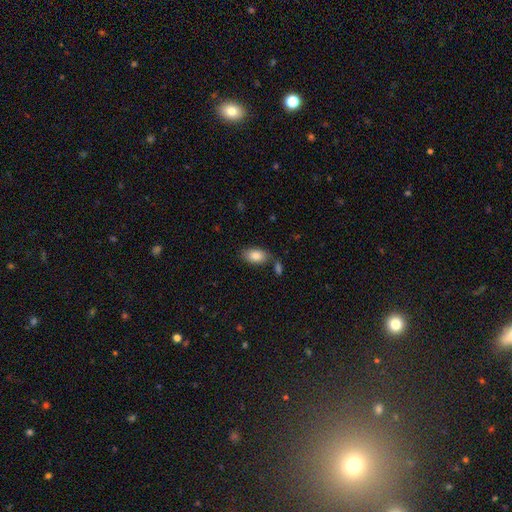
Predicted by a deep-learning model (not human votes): Smooth or featured?
  - smooth: 85% *
  - featured or disk: 8%
  - star or artifact: 7%
How rounded?
  - in between: 92% *
  - round: 6%
  - cigar-shaped: 2%
Merging?
  - none: 75% *
  - minor disturbance: 14%
  - merger: 8%
  - major disturbance: 4%